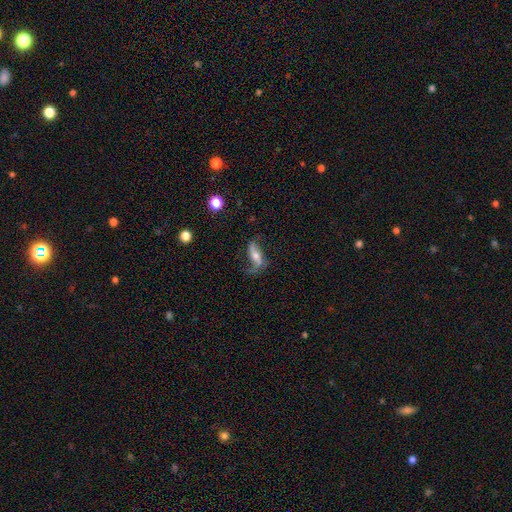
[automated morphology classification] type=featured or disk (69%); edge-on=no (89%); bar=no (46%); spiral arms=yes (89%); winding=loose (76%); arm count=2 (78%); bulge=moderate (55%); merging=none (54%).